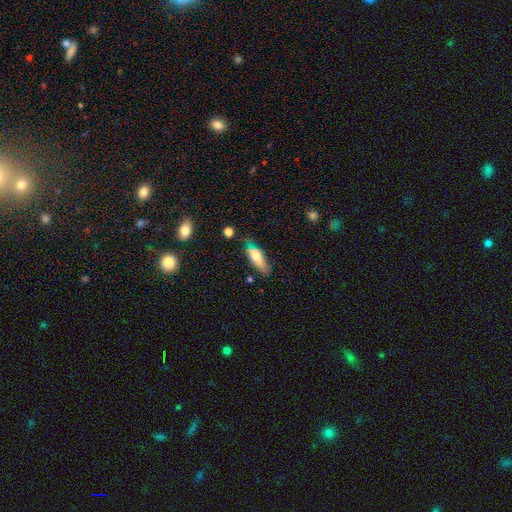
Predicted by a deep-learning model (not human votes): smooth_or_featured: smooth (p=0.66) [alt: featured or disk p=0.27]
how_rounded: in between (p=0.66) [alt: cigar-shaped p=0.32]
merging: none (p=0.57) [alt: minor disturbance p=0.30]